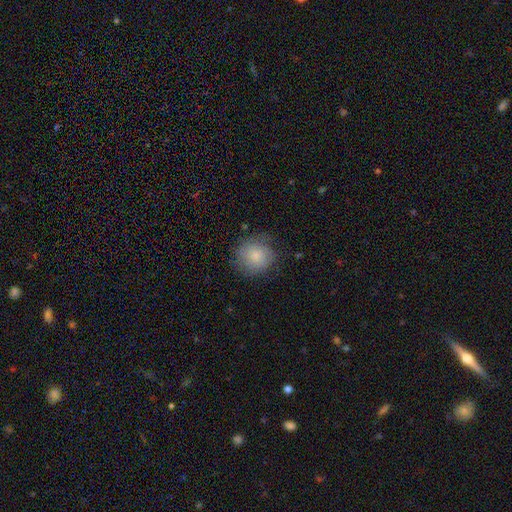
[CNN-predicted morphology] Overall: smooth (80%). How rounded: round (88%). Merging: none (73%).